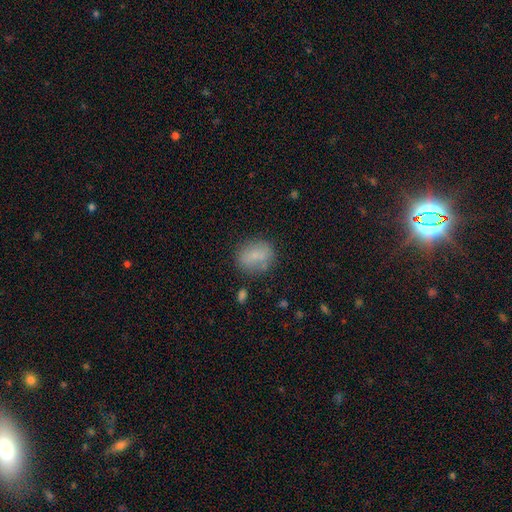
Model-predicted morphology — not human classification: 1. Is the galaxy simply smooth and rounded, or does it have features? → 76% smooth, 14% featured or disk, 9% star or artifact.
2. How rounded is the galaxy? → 54% in between, 44% round, 2% cigar-shaped.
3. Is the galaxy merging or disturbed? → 71% none, 17% minor disturbance, 6% merger, 6% major disturbance.